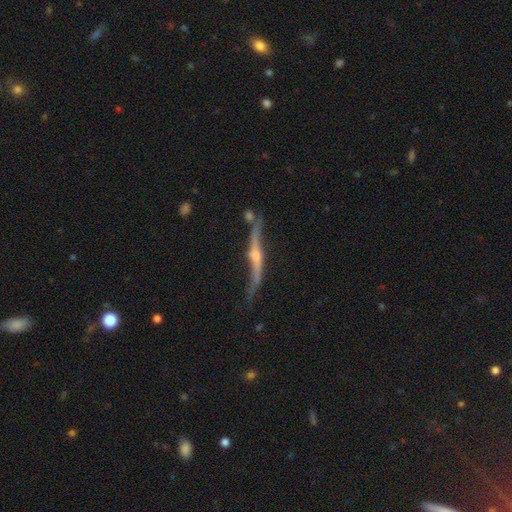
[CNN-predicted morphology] This is clearly a featured or disk galaxy (85%). It is clearly viewed edge-on (83%). Edge-on bulge: clearly rounded (85%). Merging: possibly none (57%).